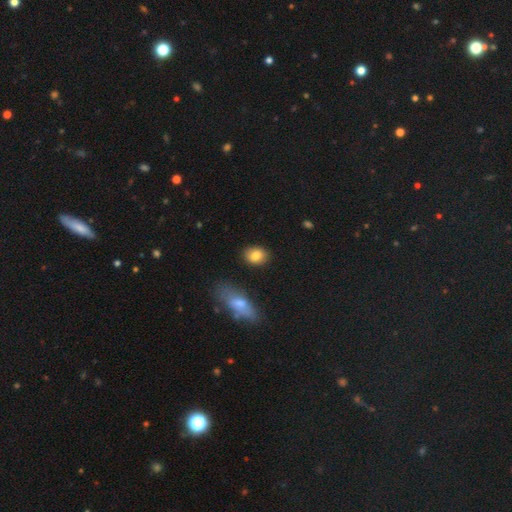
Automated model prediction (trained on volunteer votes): The model was most divided on "how rounded": in between: 60%, round: 37%, cigar-shaped: 2%. More confident: merging — none (85%); smooth or featured — smooth (84%).